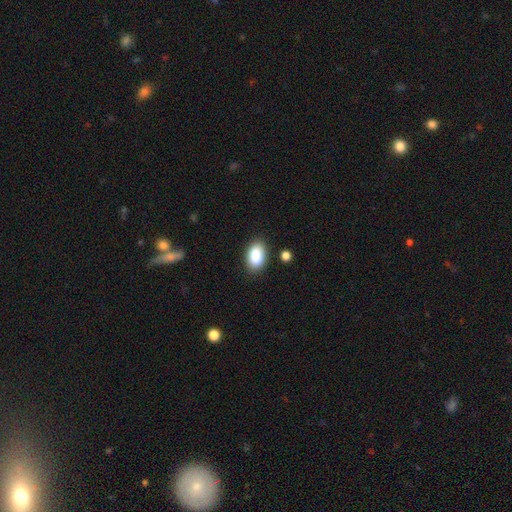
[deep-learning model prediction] smooth_or_featured: smooth (p=0.89) [alt: star or artifact p=0.07]
how_rounded: in between (p=0.92) [alt: round p=0.06]
merging: none (p=0.84) [alt: minor disturbance p=0.11]